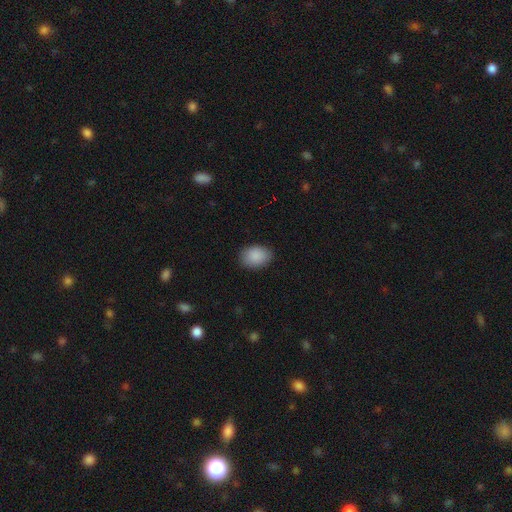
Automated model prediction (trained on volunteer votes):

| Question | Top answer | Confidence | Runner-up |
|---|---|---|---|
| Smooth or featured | smooth | 89% | star or artifact (7%) |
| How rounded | in between | 80% | round (19%) |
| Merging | none | 86% | minor disturbance (11%) |